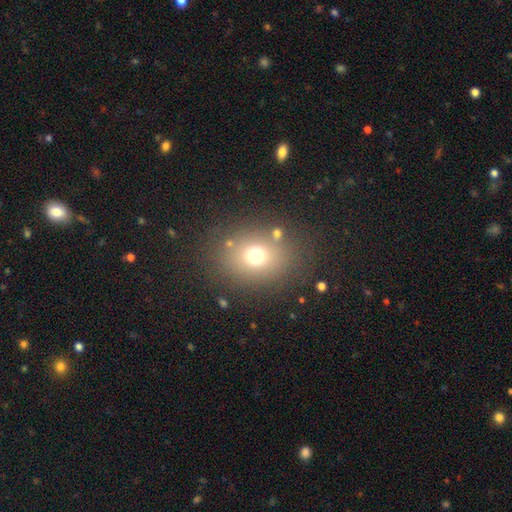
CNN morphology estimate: smooth-or-featured: smooth: 70% | star or artifact: 18% | featured or disk: 12%
  how-rounded: round: 61% | in between: 38% | cigar-shaped: 1%
  merging: none: 78% | minor disturbance: 10% | major disturbance: 7% | merger: 5%